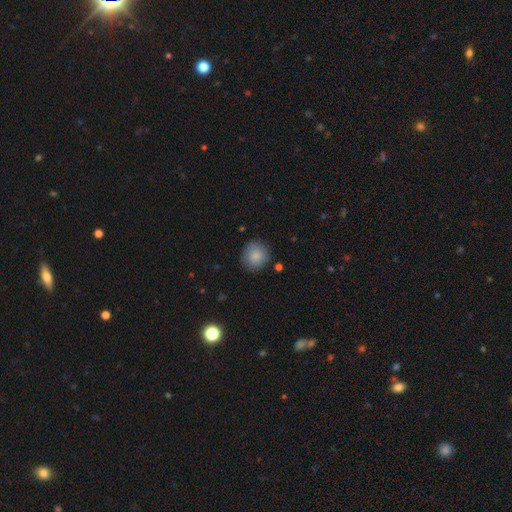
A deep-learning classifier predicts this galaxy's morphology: smooth-or-featured: smooth: 87% | star or artifact: 8% | featured or disk: 5%
  how-rounded: round: 88% | in between: 11% | cigar-shaped: 1%
  merging: none: 84% | minor disturbance: 12% | major disturbance: 3% | merger: 2%